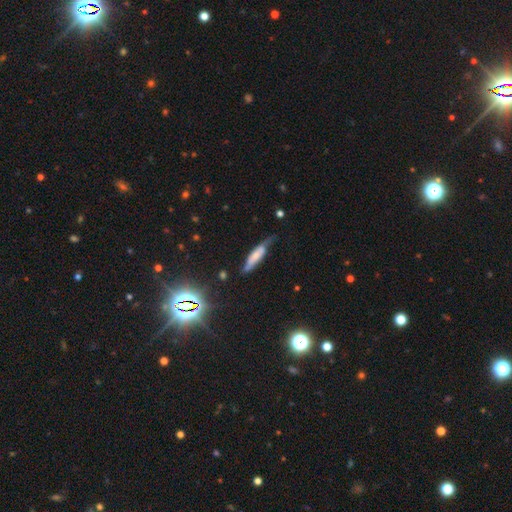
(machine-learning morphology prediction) This is possibly a smooth galaxy (54%). How rounded: likely cigar-shaped (72%). Merging: possibly none (45%).